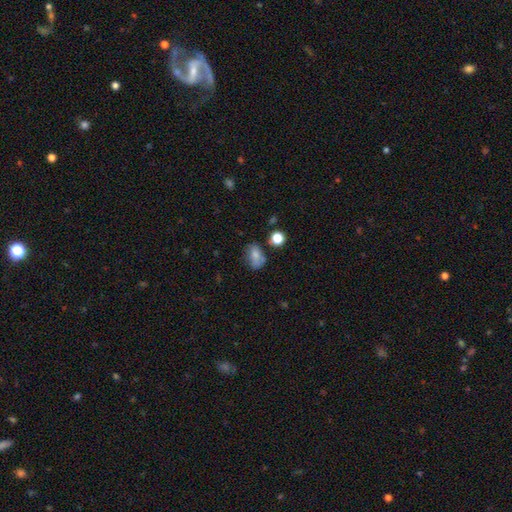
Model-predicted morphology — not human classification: Overall: smooth (74%). How rounded: in between (78%). Merging: none (51%; minor disturbance 26%).